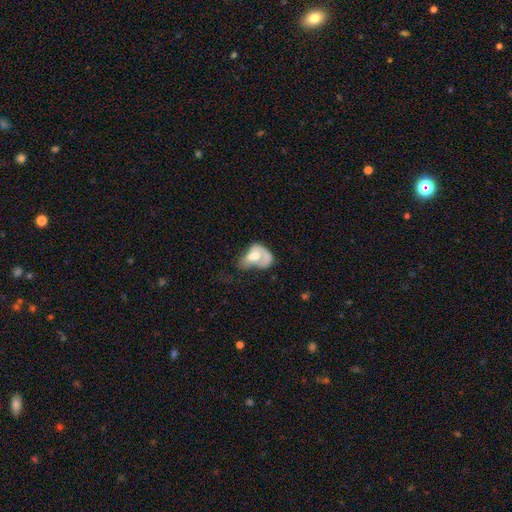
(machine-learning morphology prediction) smooth_or_featured: featured or disk (p=0.49) [alt: smooth p=0.45]
merging: major disturbance (p=0.36) [alt: merger p=0.33]